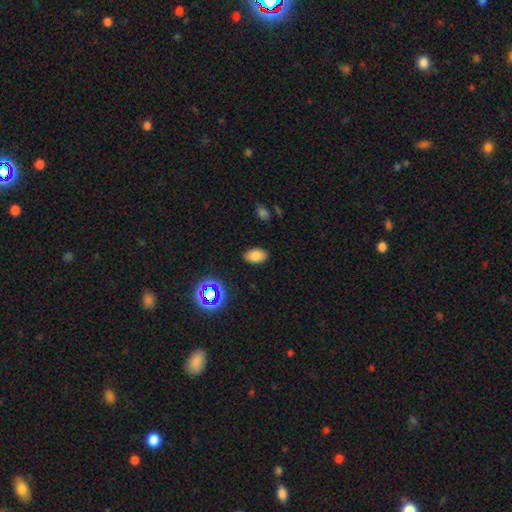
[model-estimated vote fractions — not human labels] A smooth galaxy with no disk features (79%) that is in between round and cigar-shaped (91%). Merging: none (86%).